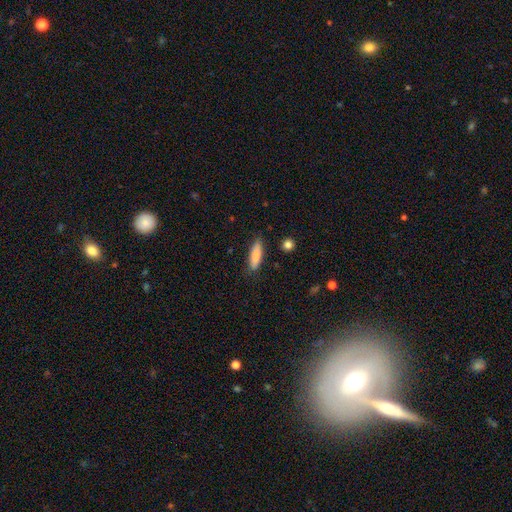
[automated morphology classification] The model was most divided on "how rounded": cigar-shaped: 57%, in between: 41%, round: 2%. More confident: smooth or featured — smooth (83%); merging — none (83%).